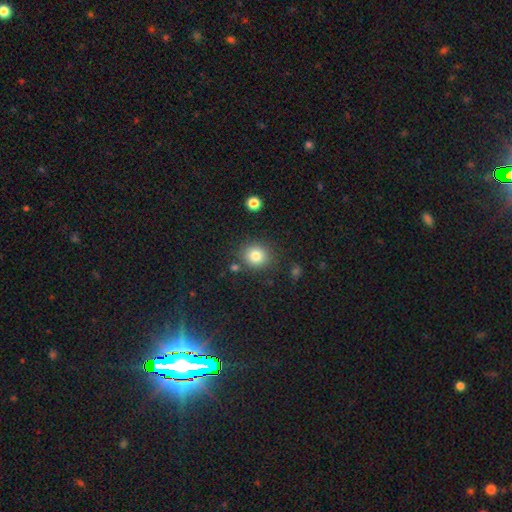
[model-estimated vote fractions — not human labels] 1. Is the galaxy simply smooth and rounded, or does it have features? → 82% smooth, 11% star or artifact, 7% featured or disk.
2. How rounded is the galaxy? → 86% round, 13% in between, 1% cigar-shaped.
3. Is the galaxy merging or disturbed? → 83% none, 9% minor disturbance, 4% merger, 3% major disturbance.